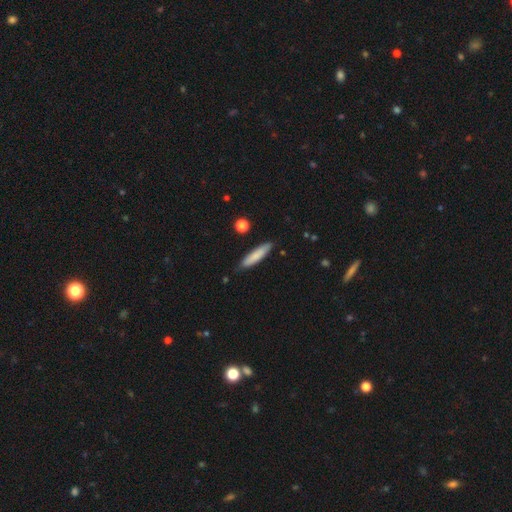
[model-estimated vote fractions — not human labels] Q: Smooth or featured?
A: smooth (80%); runner-up: featured or disk (14%)
Q: How rounded?
A: cigar-shaped (82%); runner-up: in between (17%)
Q: Merging?
A: none (83%); runner-up: minor disturbance (13%)